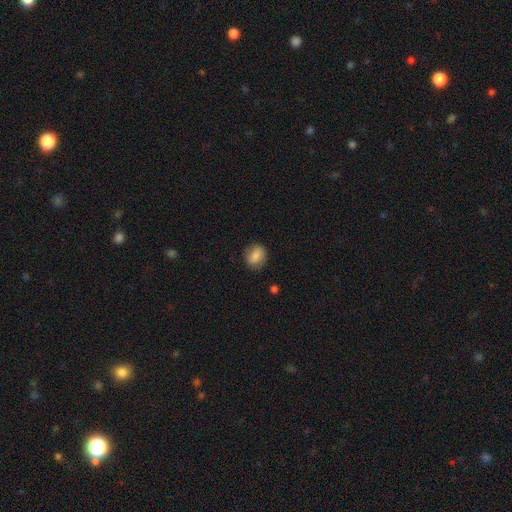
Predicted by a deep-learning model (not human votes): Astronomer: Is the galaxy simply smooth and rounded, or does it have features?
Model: smooth — 79%.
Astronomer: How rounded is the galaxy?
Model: round — 52% (runner-up: in between, 47%).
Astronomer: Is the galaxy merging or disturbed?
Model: none — 79%.